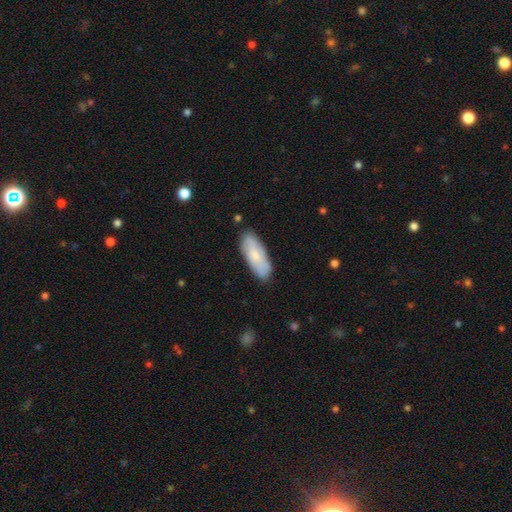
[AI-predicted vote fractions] This appears to be a smooth galaxy with no disk features (68%) that is in between round and cigar-shaped (74%). Merging: none (82%).